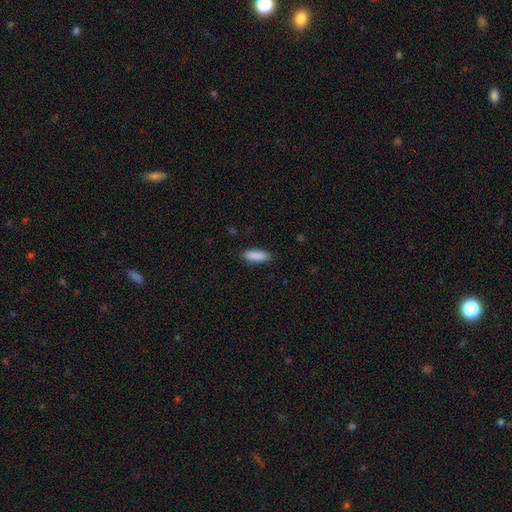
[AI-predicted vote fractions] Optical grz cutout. It shows a smooth galaxy with no disk features (90%) that is in between round and cigar-shaped (66%). Merging: none (86%).